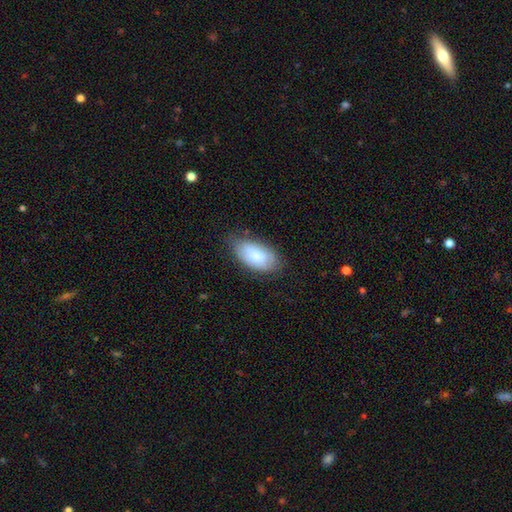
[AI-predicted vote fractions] smooth-or-featured: smooth: 81% | featured or disk: 13% | star or artifact: 6%
  how-rounded: in between: 95% | round: 3% | cigar-shaped: 3%
  merging: none: 68% | minor disturbance: 25% | major disturbance: 5% | merger: 1%